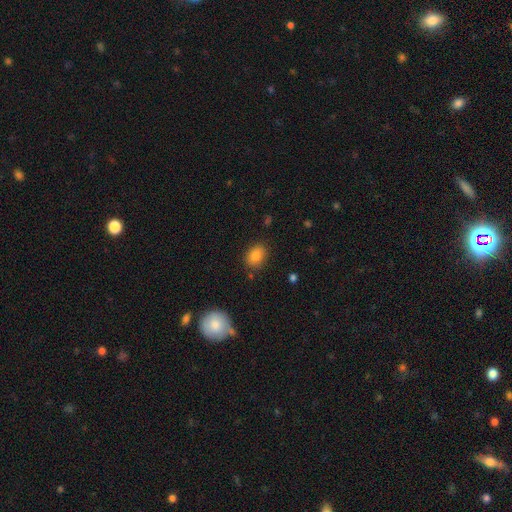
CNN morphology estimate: type=smooth (85%); roundness=in between (68%); merging=none (82%).